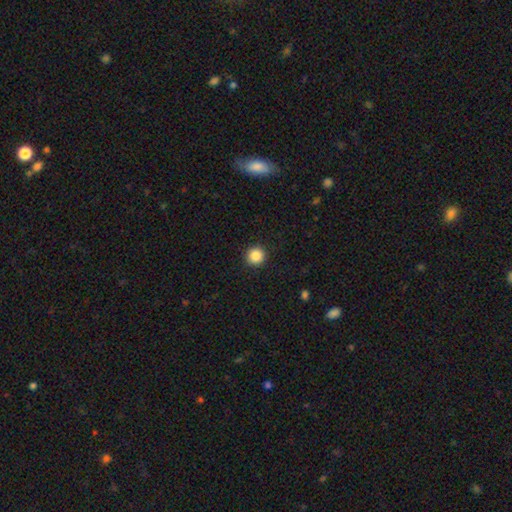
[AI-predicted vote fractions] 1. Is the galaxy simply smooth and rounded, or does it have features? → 87% smooth, 10% star or artifact, 3% featured or disk.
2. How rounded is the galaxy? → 95% round, 4% in between, 1% cigar-shaped.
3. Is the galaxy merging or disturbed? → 93% none, 5% minor disturbance, 2% major disturbance, 1% merger.